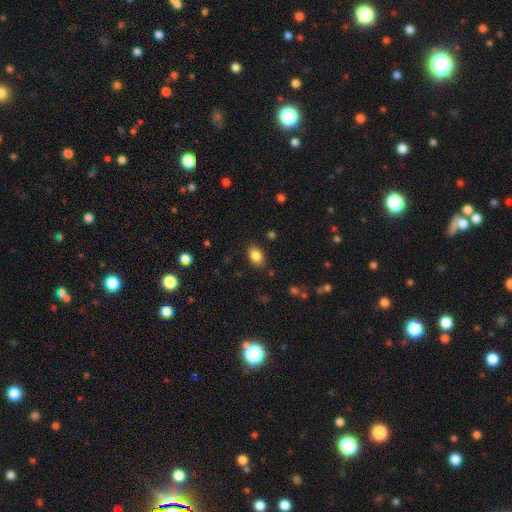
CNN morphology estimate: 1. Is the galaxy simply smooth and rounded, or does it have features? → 86% smooth, 9% star or artifact, 5% featured or disk.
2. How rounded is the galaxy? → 77% in between, 22% round, 1% cigar-shaped.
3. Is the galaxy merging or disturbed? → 84% none, 11% minor disturbance, 3% major disturbance, 2% merger.